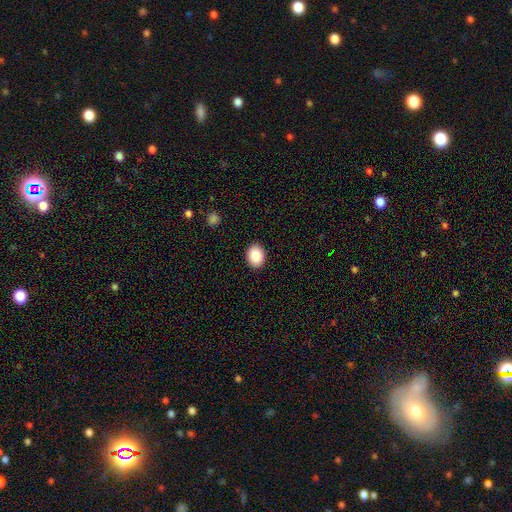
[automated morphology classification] Overall: smooth (87%). How rounded: in between (61%; round 38%). Merging: none (91%).